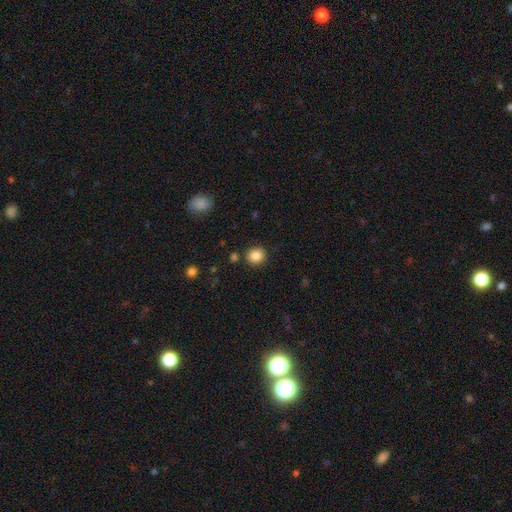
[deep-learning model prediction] smooth-or-featured: smooth: 86% | star or artifact: 10% | featured or disk: 4%
  how-rounded: round: 80% | in between: 19% | cigar-shaped: 1%
  merging: none: 87% | minor disturbance: 7% | merger: 3% | major disturbance: 3%